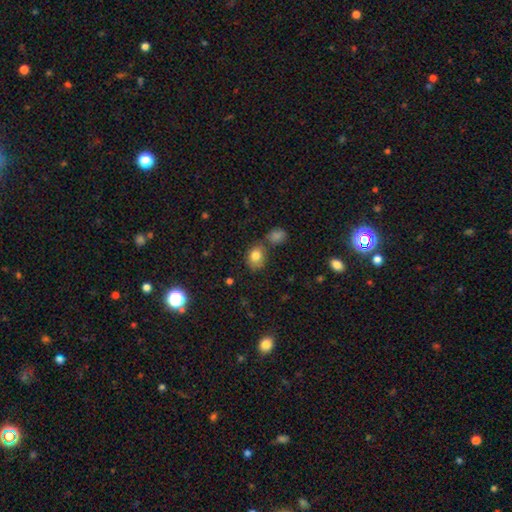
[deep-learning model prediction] Smooth or featured: smooth — 81% (star or artifact — 10%)
How rounded: in between — 58% (round — 41%)
Merging: none — 63% (minor disturbance — 17%)